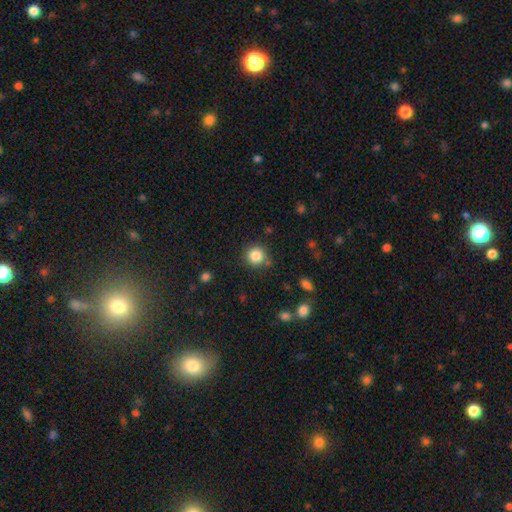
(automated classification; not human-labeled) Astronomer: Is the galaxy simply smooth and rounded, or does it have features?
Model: smooth — 84%.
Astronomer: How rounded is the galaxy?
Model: round — 93%.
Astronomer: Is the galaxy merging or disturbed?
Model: none — 84%.